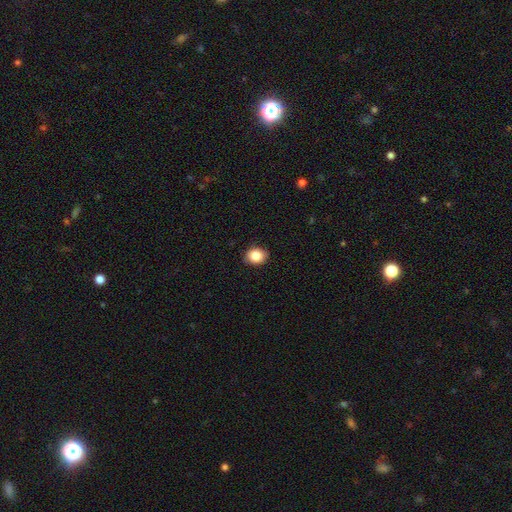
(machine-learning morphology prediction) Smooth or featured? Predicted: smooth (p=0.85). How rounded? Predicted: round (p=0.63). Merging? Predicted: none (p=0.86).